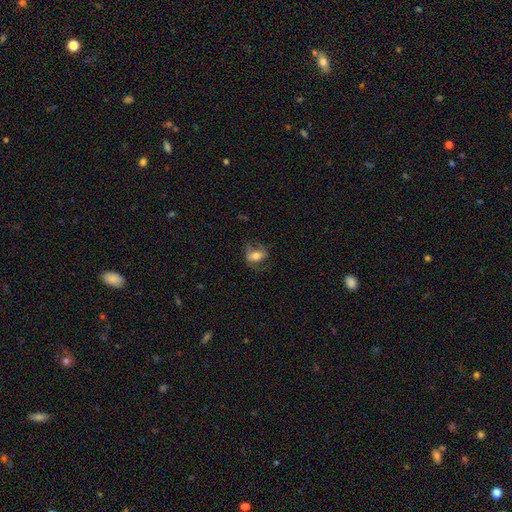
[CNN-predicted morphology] Q: Smooth or featured?
A: smooth (56%); runner-up: featured or disk (35%)
Q: How rounded?
A: in between (76%); runner-up: round (20%)
Q: Merging?
A: none (59%); runner-up: minor disturbance (22%)